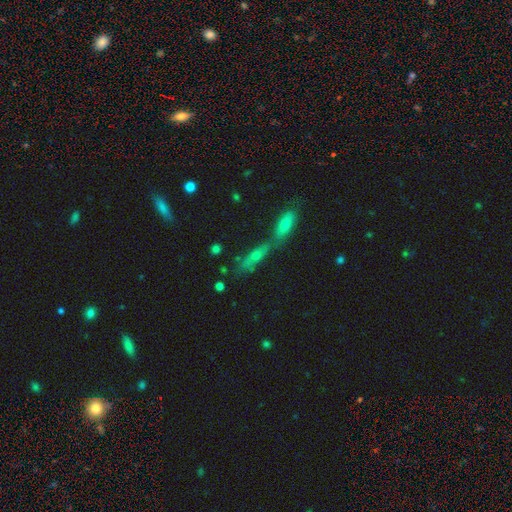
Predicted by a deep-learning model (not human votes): smooth 50%, featured or disk 35%, star or artifact 14%. Down the decision tree: how rounded — cigar-shaped (57%); merging — merger (44%).